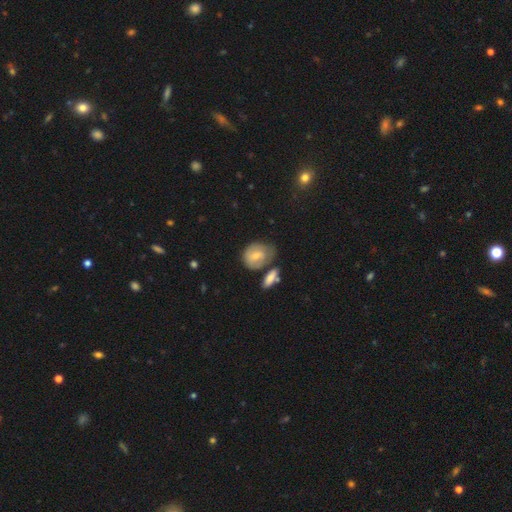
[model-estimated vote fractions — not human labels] This is likely a smooth galaxy (65%). How rounded: possibly in between (55%). Merging: possibly none (47%).